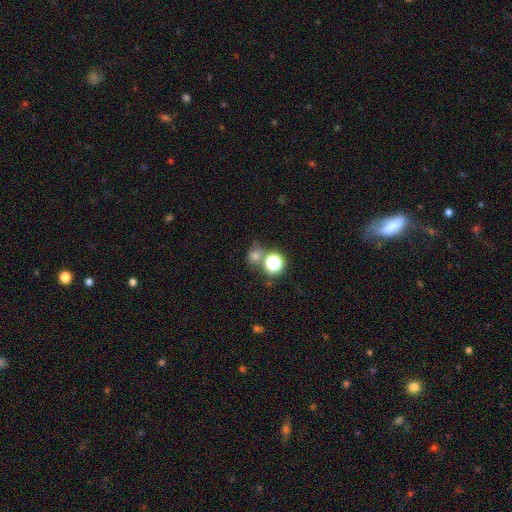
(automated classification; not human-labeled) The model was most divided on "smooth or featured": smooth: 59%, star or artifact: 32%, featured or disk: 10%. More confident: how rounded — round (81%); merging — none (61%).